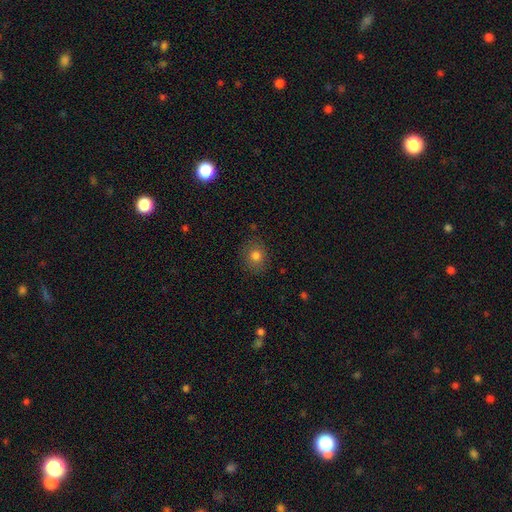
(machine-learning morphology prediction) smooth_or_featured: smooth (p=0.79) [alt: star or artifact p=0.13]
how_rounded: round (p=0.76) [alt: in between p=0.23]
merging: none (p=0.86) [alt: minor disturbance p=0.10]